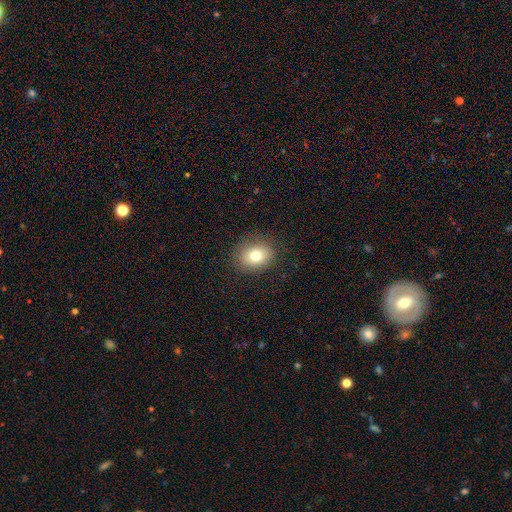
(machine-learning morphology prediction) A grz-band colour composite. It shows a smooth galaxy with no disk features (77%) that is round (50%). Merging: none (85%).